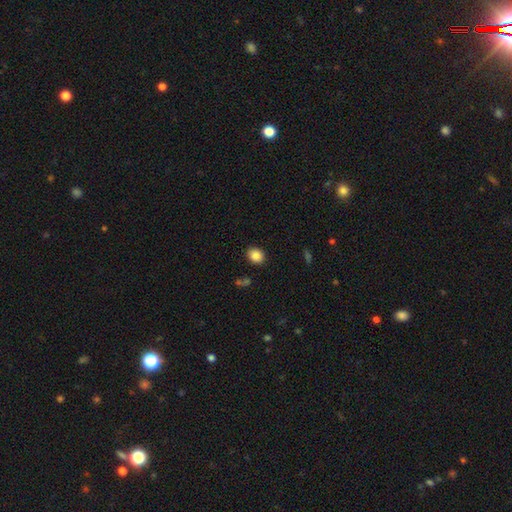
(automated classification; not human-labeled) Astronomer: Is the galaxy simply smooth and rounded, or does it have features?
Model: smooth — 86%.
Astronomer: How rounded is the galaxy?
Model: round — 52% (runner-up: in between, 47%).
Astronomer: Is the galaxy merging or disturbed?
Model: none — 88%.